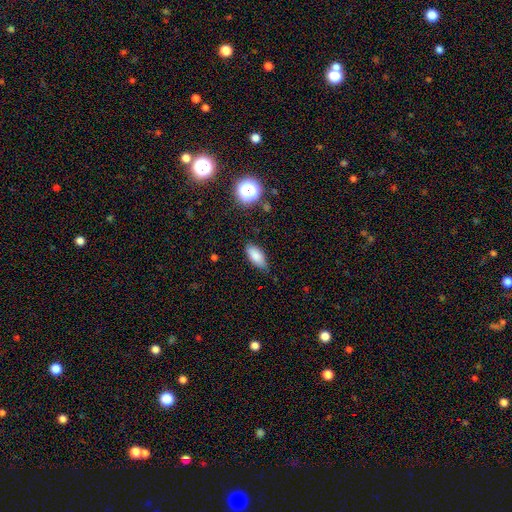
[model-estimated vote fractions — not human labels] smooth_or_featured: smooth (p=0.83) [alt: star or artifact p=0.09]
how_rounded: in between (p=0.86) [alt: cigar-shaped p=0.10]
merging: none (p=0.75) [alt: minor disturbance p=0.20]